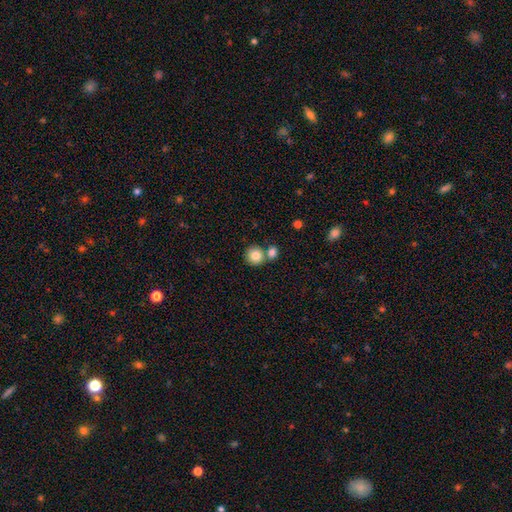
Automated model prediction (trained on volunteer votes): A smooth galaxy with no disk features (82%) that is round (91%).

Vote fractions:
- Smooth or featured? smooth: 82% / star or artifact: 9% / featured or disk: 9%
- How rounded? round: 91% / in between: 9% / cigar-shaped: 1%
- Merging? none: 59% / merger: 31% / minor disturbance: 8% / major disturbance: 2%